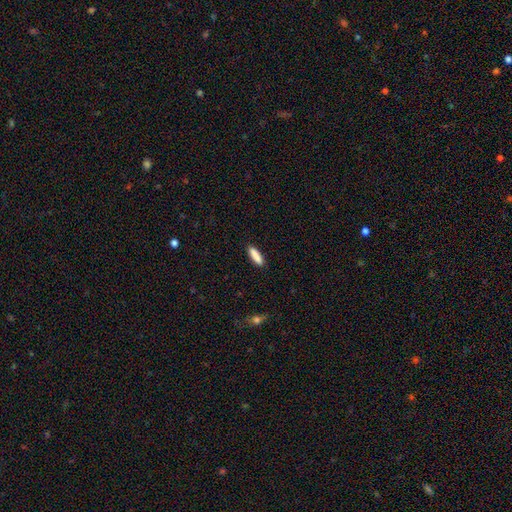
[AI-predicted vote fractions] A smooth galaxy with no disk features (87%) that is cigar-shaped (69%). Merging: none (89%).